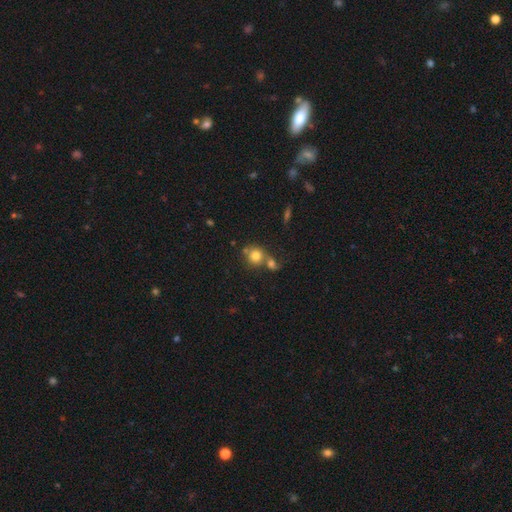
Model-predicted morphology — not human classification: type=smooth (77%); roundness=round (83%); merging=none (44%).